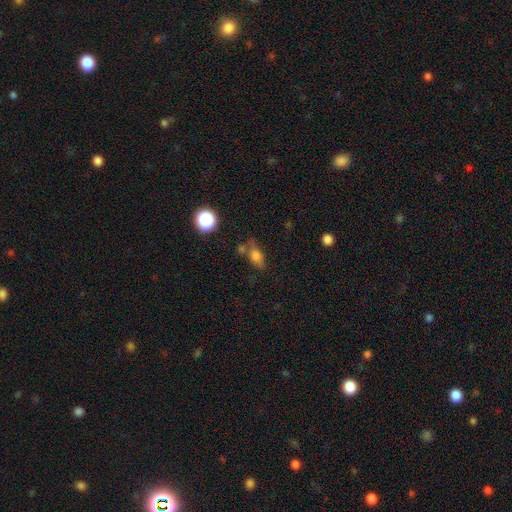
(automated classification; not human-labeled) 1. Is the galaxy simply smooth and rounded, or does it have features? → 74% smooth, 14% star or artifact, 12% featured or disk.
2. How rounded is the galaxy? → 74% in between, 21% round, 5% cigar-shaped.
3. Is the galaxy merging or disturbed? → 50% none, 21% minor disturbance, 19% merger, 10% major disturbance.